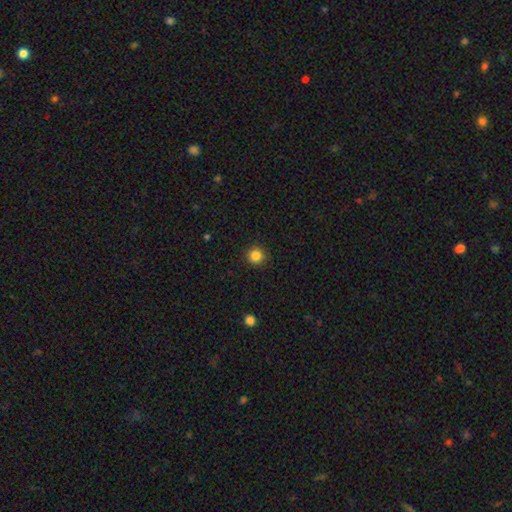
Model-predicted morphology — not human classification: Smooth or featured? Predicted: smooth (p=0.85). How rounded? Predicted: round (p=0.95). Merging? Predicted: none (p=0.92).